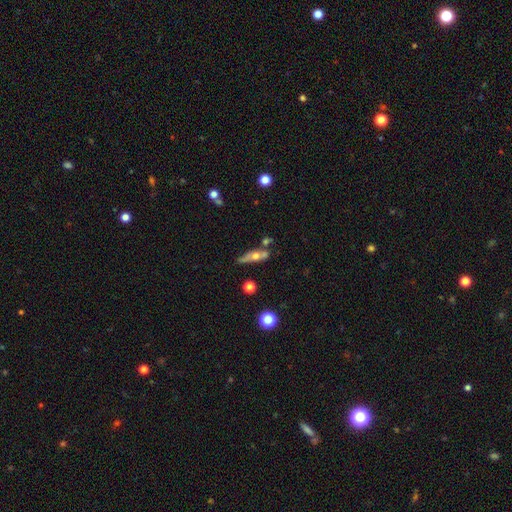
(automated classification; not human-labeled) Smooth or featured: featured or disk — 49% (smooth — 43%)
Merging: none — 50% (minor disturbance — 22%)